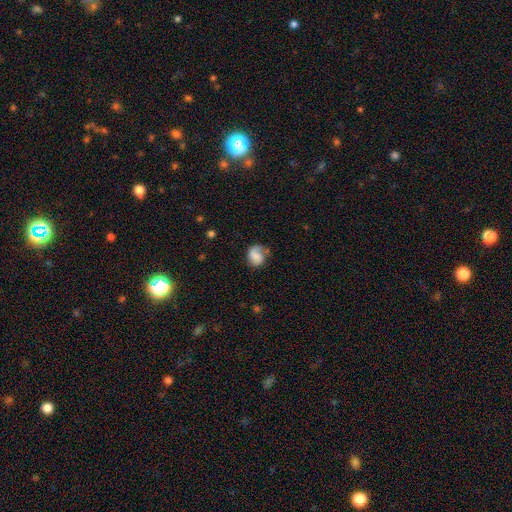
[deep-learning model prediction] Smooth or featured: smooth — 50% (featured or disk — 42%)
How rounded: round — 62% (in between — 37%)
Merging: none — 49% (minor disturbance — 25%)